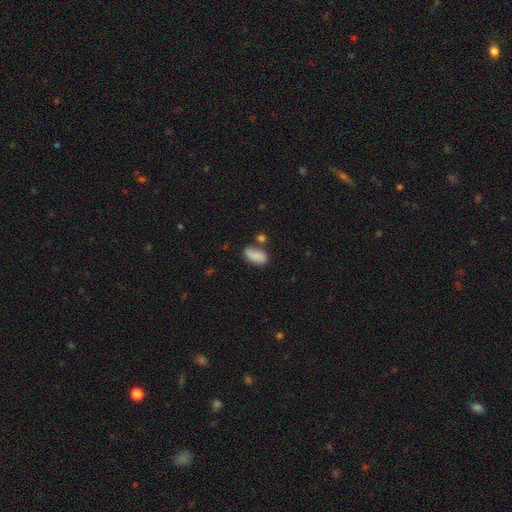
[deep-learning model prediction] Morphology: type=smooth (78%); roundness=in between (92%); merging=none (54%).